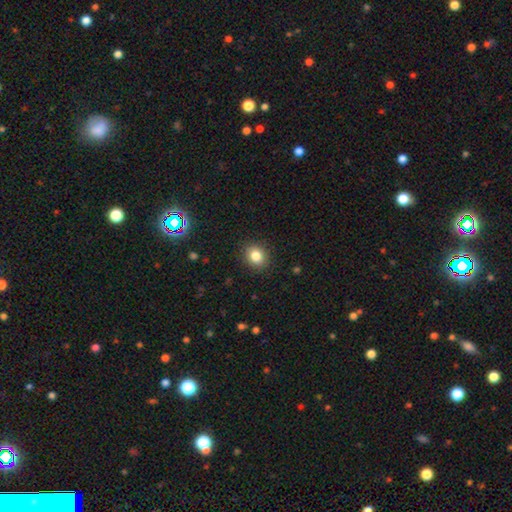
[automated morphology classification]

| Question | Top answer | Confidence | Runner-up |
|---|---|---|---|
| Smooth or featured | smooth | 83% | star or artifact (11%) |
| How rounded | round | 64% | in between (35%) |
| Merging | none | 89% | minor disturbance (7%) |